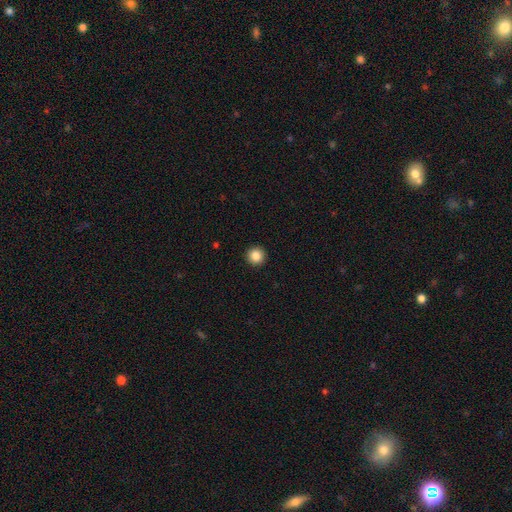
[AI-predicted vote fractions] A smooth galaxy with no disk features (86%) that is round (96%). Merging: none (93%).